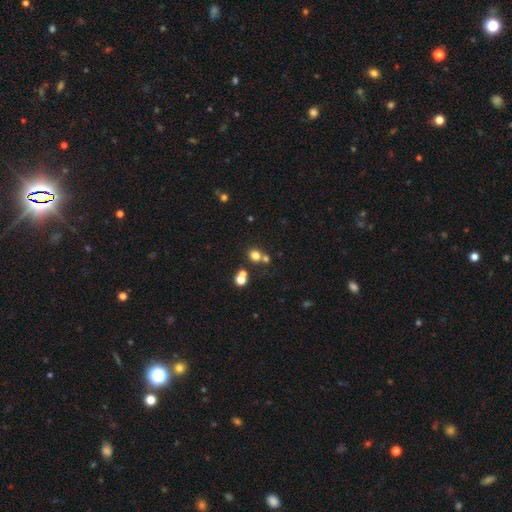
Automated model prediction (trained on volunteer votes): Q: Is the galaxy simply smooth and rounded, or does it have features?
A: smooth — 73%.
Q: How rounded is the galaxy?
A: round — 80%.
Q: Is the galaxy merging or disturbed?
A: none — 59%.